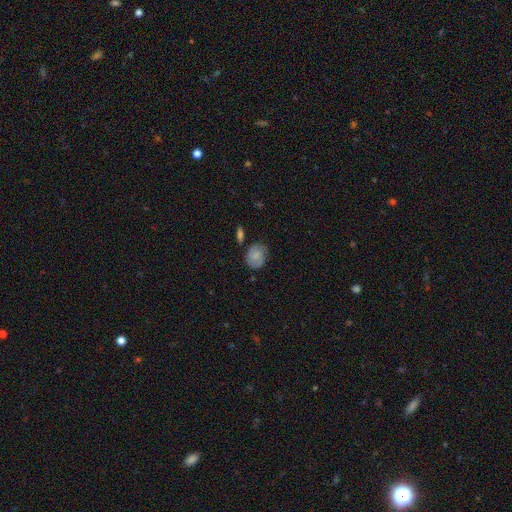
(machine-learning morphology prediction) Smooth or featured? smooth (58%)
How rounded? round (54%)
Merging? none (68%)